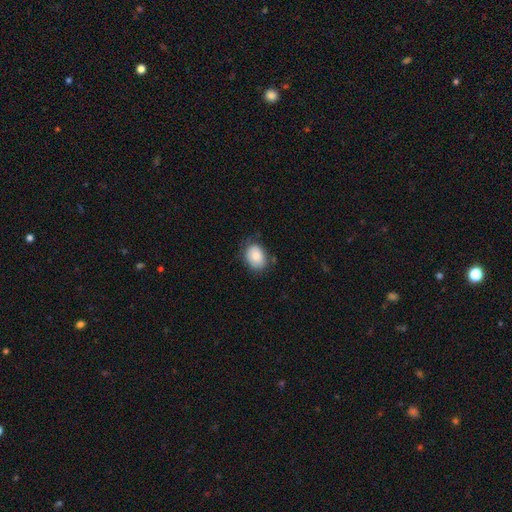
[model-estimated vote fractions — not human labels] Morphology: type=smooth (81%); roundness=in between (68%); merging=none (70%).